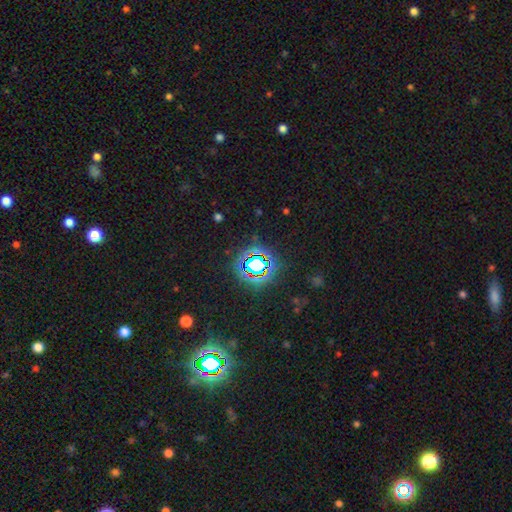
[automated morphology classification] smooth-or-featured: star or artifact: 79% | smooth: 13% | featured or disk: 8%